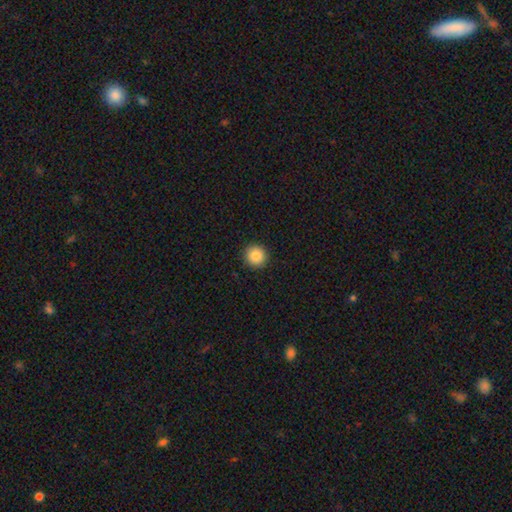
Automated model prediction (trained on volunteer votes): Smooth or featured? Predicted: smooth (p=0.86). How rounded? Predicted: round (p=0.94). Merging? Predicted: none (p=0.93).